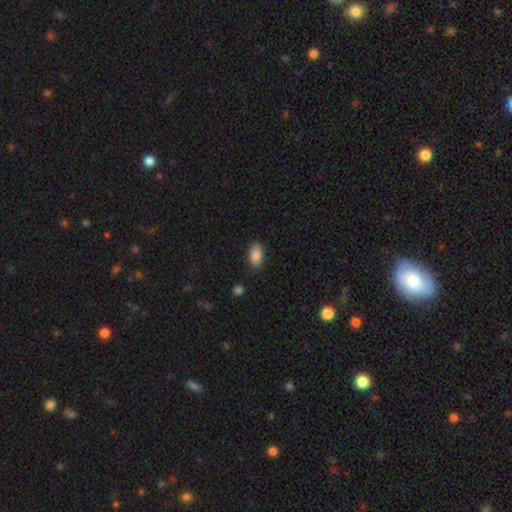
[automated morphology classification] smooth 86%, star or artifact 8%, featured or disk 6%. Down the decision tree: how rounded — in between (90%); merging — none (77%).